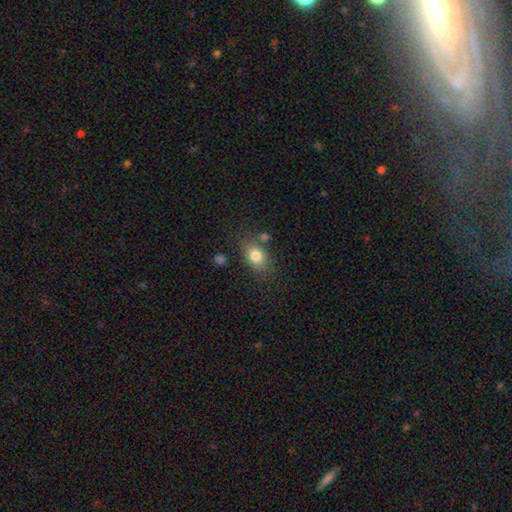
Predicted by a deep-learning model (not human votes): smooth-or-featured: smooth: 81% | featured or disk: 10% | star or artifact: 9%
  how-rounded: in between: 71% | round: 27% | cigar-shaped: 2%
  merging: none: 71% | minor disturbance: 16% | merger: 8% | major disturbance: 5%